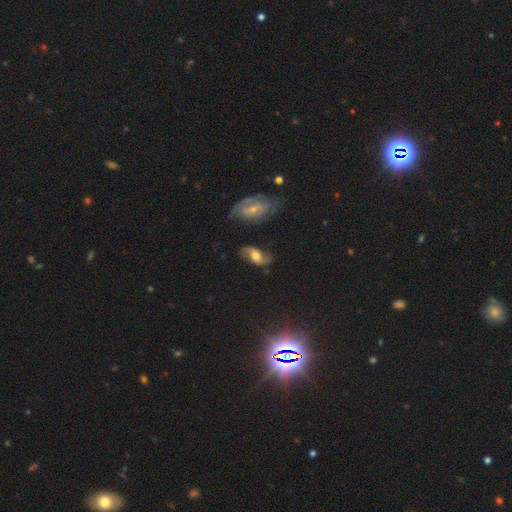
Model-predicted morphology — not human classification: Smooth or featured: featured or disk — 63% (smooth — 27%)
Edge-on disk: no — 94% (yes — 6%)
Bar: no — 52% (weak — 37%)
Spiral arms: yes — 89% (no — 11%)
Spiral winding: loose — 53% (medium — 34%)
Spiral arm count: 2 — 88% (can't tell — 6%)
Bulge size: moderate — 54% (small — 21%)
Merging: none — 67% (minor disturbance — 20%)